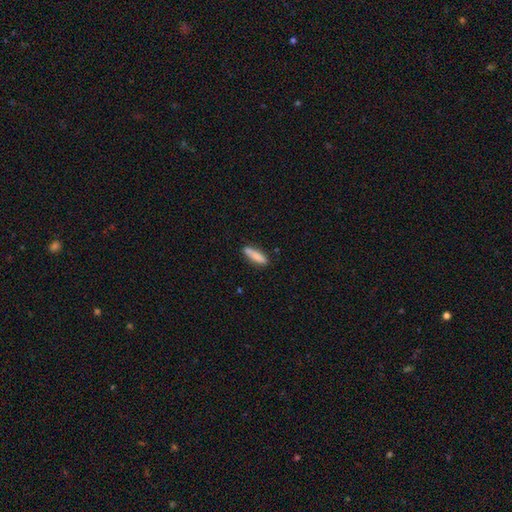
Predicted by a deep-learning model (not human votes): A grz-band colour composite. It shows a smooth galaxy with no disk features (84%) that is cigar-shaped (70%). Merging: none (77%).